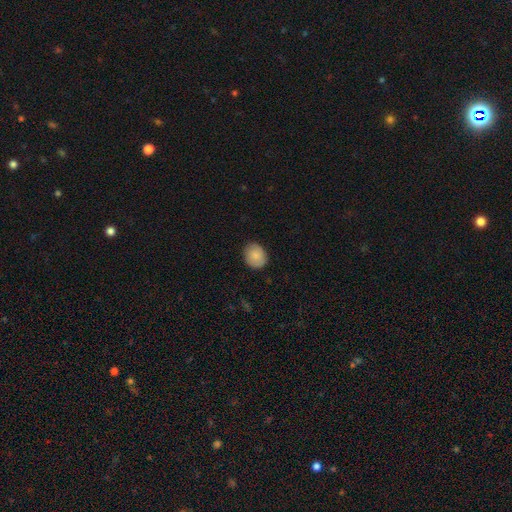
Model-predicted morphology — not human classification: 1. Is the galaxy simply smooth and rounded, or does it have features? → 86% smooth, 7% star or artifact, 7% featured or disk.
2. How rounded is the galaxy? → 59% round, 40% in between, 1% cigar-shaped.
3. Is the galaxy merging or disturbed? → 84% none, 12% minor disturbance, 2% major disturbance, 1% merger.